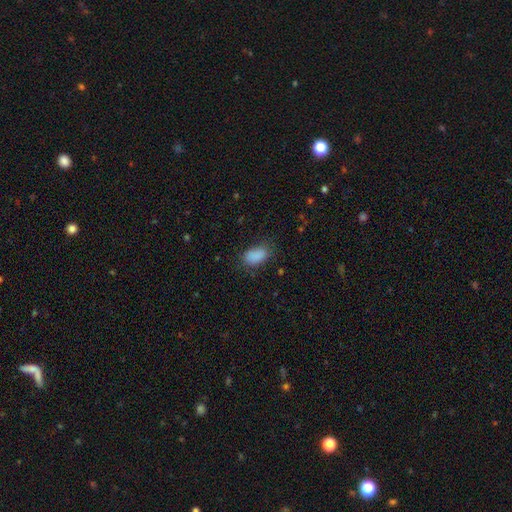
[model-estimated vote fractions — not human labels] A smooth galaxy with no disk features (86%) that is in between round and cigar-shaped (90%).

Vote fractions:
- Smooth or featured? smooth: 86% / star or artifact: 9% / featured or disk: 5%
- How rounded? in between: 90% / round: 8% / cigar-shaped: 2%
- Merging? none: 71% / minor disturbance: 21% / major disturbance: 7% / merger: 1%